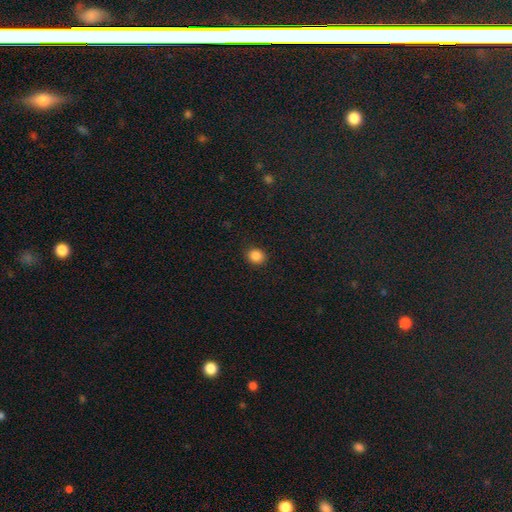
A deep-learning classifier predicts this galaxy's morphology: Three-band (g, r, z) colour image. It shows a smooth galaxy with no disk features (86%) that is round (64%). Merging: none (90%).